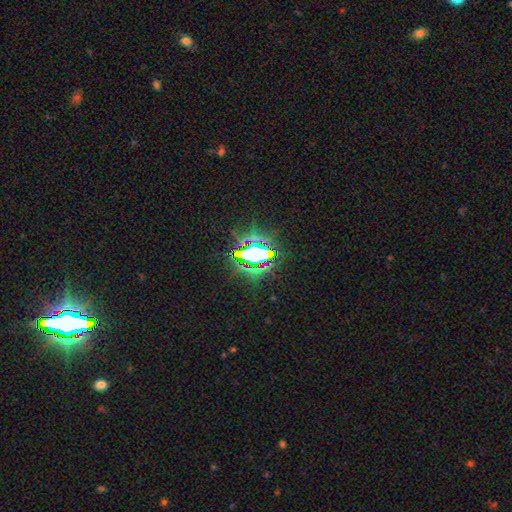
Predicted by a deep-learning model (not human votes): Smooth or featured: star or artifact — 73% (smooth — 16%)